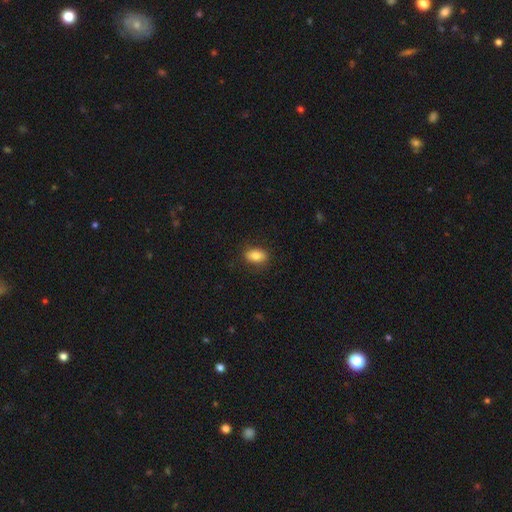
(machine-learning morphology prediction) smooth_or_featured: smooth (p=0.83) [alt: star or artifact p=0.08]
how_rounded: in between (p=0.86) [alt: round p=0.10]
merging: none (p=0.84) [alt: minor disturbance p=0.12]